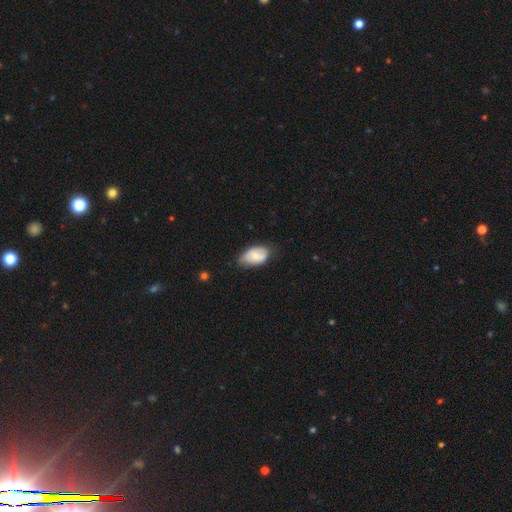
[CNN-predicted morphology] Smooth or featured?
  - smooth: 65% *
  - featured or disk: 28%
  - star or artifact: 7%
How rounded?
  - in between: 93% *
  - round: 6%
  - cigar-shaped: 2%
Merging?
  - none: 64% *
  - minor disturbance: 29%
  - major disturbance: 6%
  - merger: 1%